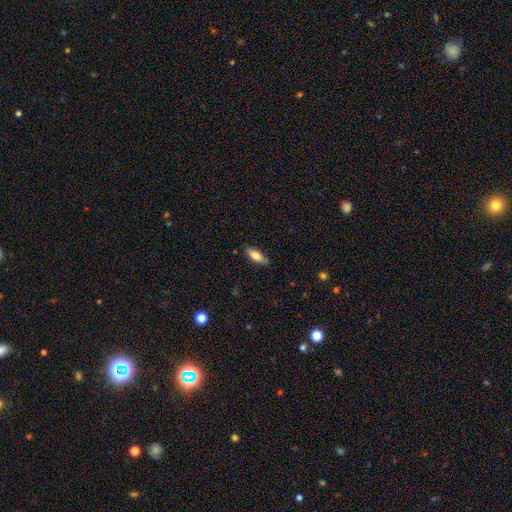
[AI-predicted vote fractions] Smooth or featured? smooth (75%)
How rounded? in between (66%)
Merging? none (82%)